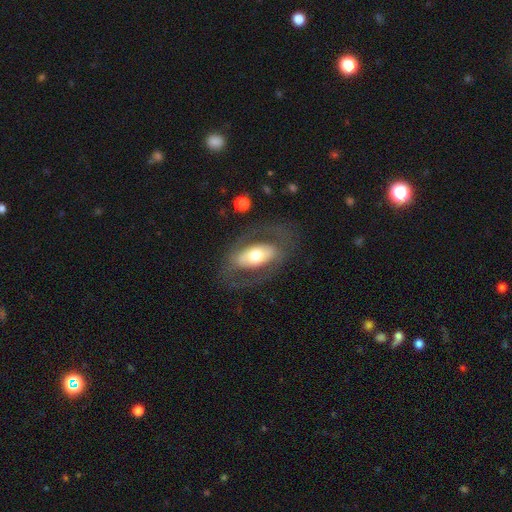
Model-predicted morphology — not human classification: This is possibly a featured or disk galaxy (56%). It is clearly not viewed edge-on (88%). Merging: likely none (73%).